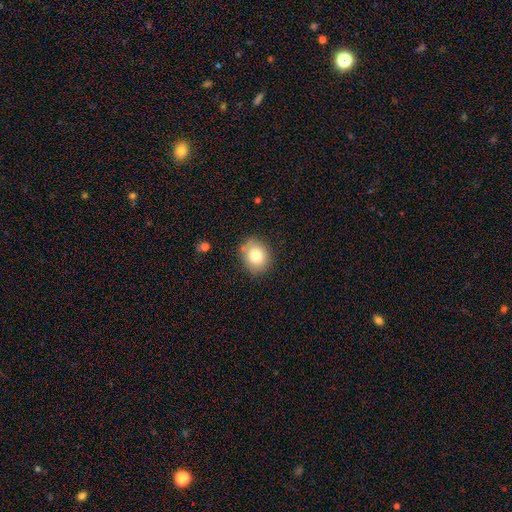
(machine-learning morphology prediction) The model was most divided on "how rounded": round: 68%, in between: 31%, cigar-shaped: 1%. More confident: merging — none (81%); smooth or featured — smooth (79%).